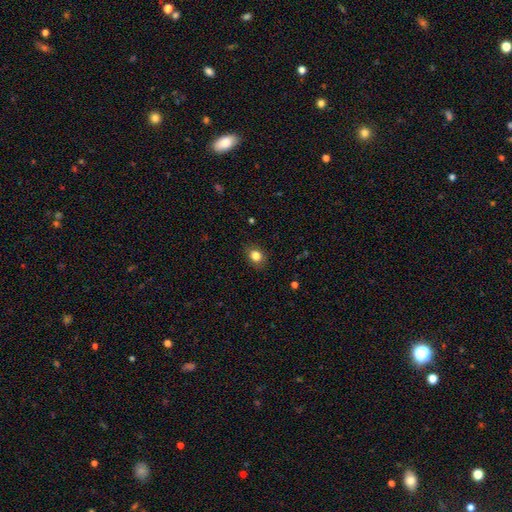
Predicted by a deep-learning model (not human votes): The model was most divided on "how rounded": round: 53%, in between: 46%, cigar-shaped: 1%. More confident: merging — none (86%); smooth or featured — smooth (83%).